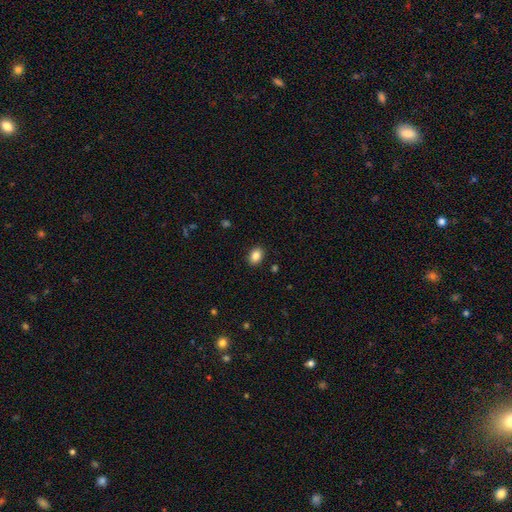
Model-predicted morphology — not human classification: A smooth galaxy with no disk features (85%) that is in between round and cigar-shaped (69%). Merging: none (89%).